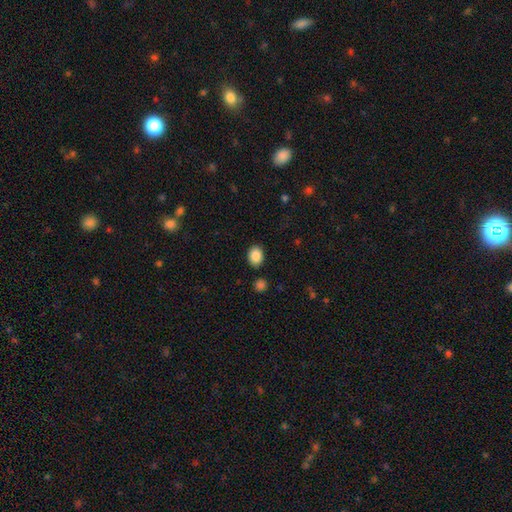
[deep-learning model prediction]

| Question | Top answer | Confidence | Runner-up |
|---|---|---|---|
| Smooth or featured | smooth | 88% | star or artifact (8%) |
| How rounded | in between | 63% | round (36%) |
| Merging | none | 85% | minor disturbance (10%) |